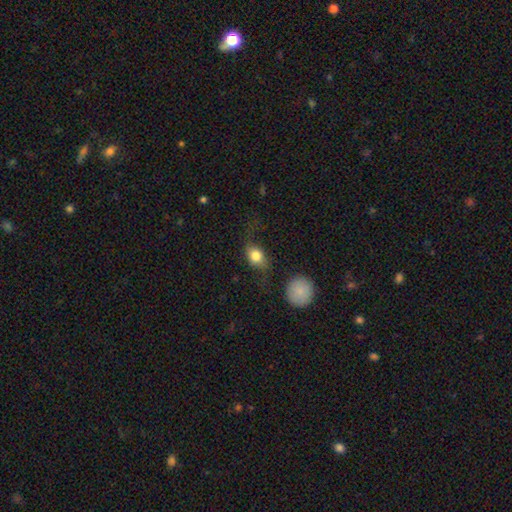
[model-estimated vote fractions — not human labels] Overall: smooth (76%). How rounded: in between (63%; round 34%). Merging: none (58%; minor disturbance 22%).